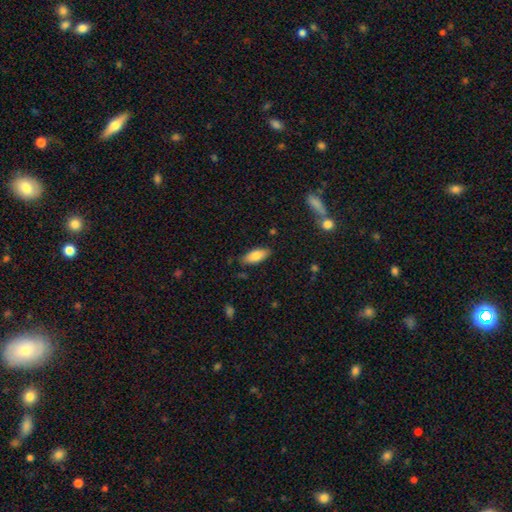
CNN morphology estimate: smooth_or_featured: smooth (p=0.82) [alt: featured or disk p=0.11]
how_rounded: in between (p=0.81) [alt: cigar-shaped p=0.18]
merging: none (p=0.84) [alt: minor disturbance p=0.12]